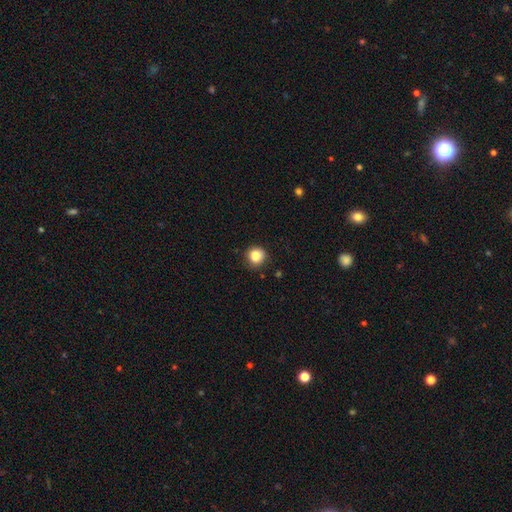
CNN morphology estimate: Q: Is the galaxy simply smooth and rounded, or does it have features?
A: smooth — 85%.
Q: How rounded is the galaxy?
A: round — 84%.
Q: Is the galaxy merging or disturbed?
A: none — 74%.